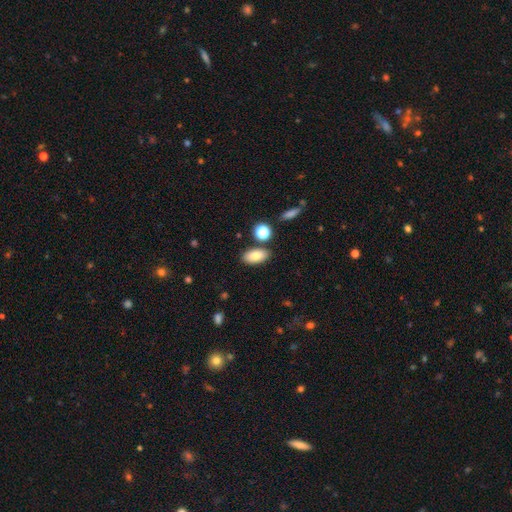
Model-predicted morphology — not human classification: The model was most divided on "smooth or featured": smooth: 81%, featured or disk: 10%, star or artifact: 9%. More confident: how rounded — in between (90%); merging — none (82%).